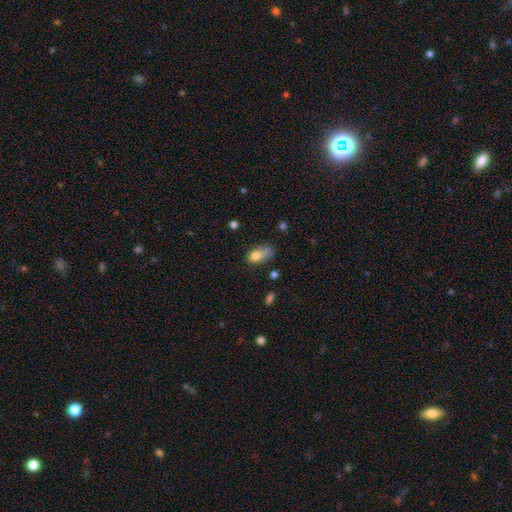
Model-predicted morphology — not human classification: smooth-or-featured: smooth: 74% | featured or disk: 16% | star or artifact: 10%
  how-rounded: in between: 81% | round: 15% | cigar-shaped: 5%
  merging: minor disturbance: 32% | none: 29% | major disturbance: 28% | merger: 12%